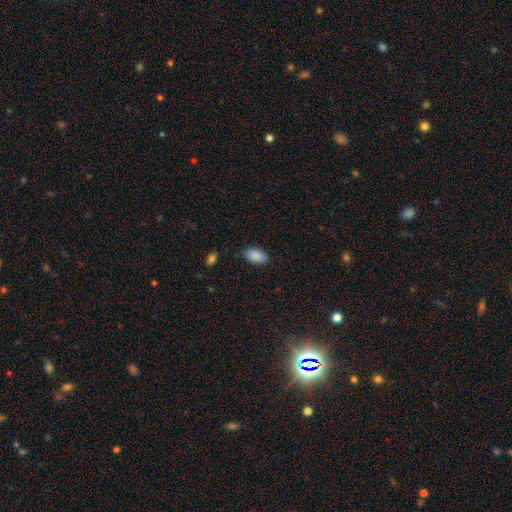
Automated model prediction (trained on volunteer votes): This appears to be a smooth galaxy with no disk features (89%) that is in between round and cigar-shaped (94%). Merging: none (84%).